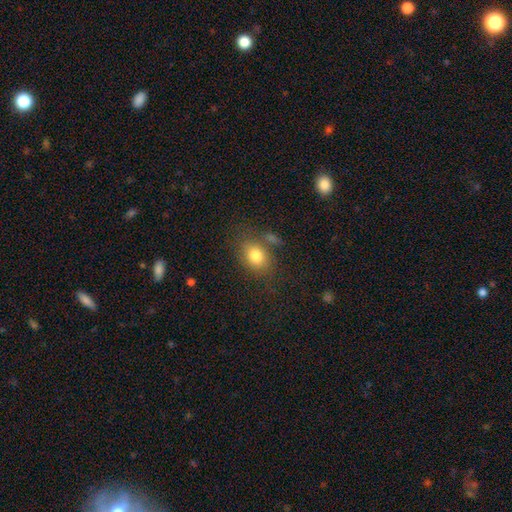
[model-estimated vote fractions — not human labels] smooth_or_featured: smooth (p=0.79) [alt: featured or disk p=0.11]
how_rounded: in between (p=0.62) [alt: round p=0.37]
merging: none (p=0.66) [alt: minor disturbance p=0.18]